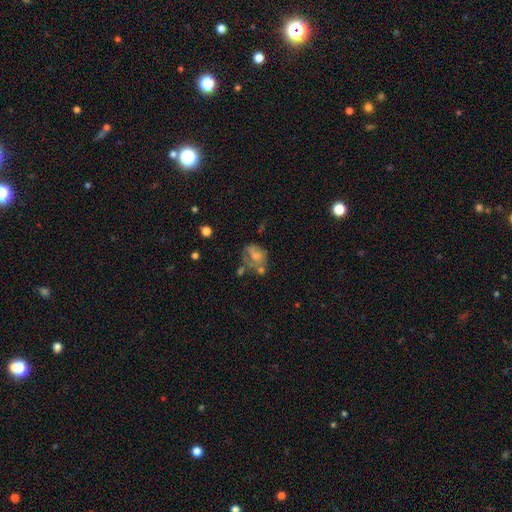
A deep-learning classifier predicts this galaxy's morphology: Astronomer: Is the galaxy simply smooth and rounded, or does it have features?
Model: smooth — 45% (runner-up: featured or disk, 44%).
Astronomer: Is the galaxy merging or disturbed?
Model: none — 29% (runner-up: major disturbance, 28%).